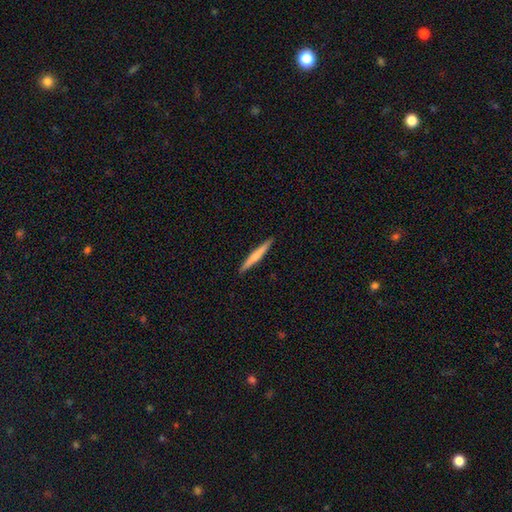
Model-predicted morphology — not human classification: Overall: smooth (59%; featured or disk 36%). How rounded: cigar-shaped (96%). Merging: none (92%).